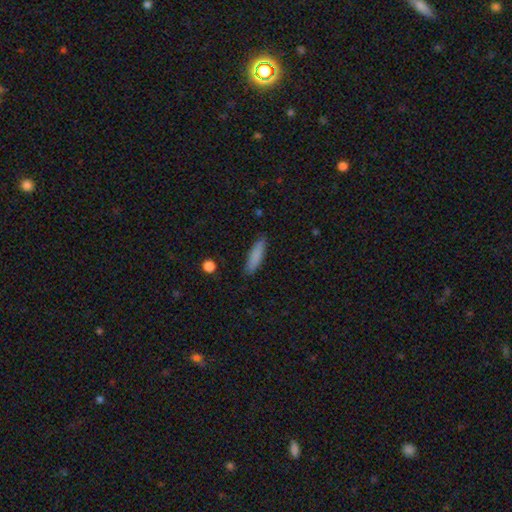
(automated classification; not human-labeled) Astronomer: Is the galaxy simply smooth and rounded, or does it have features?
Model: smooth — 83%.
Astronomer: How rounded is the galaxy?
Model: cigar-shaped — 71%.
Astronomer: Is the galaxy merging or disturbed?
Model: none — 85%.